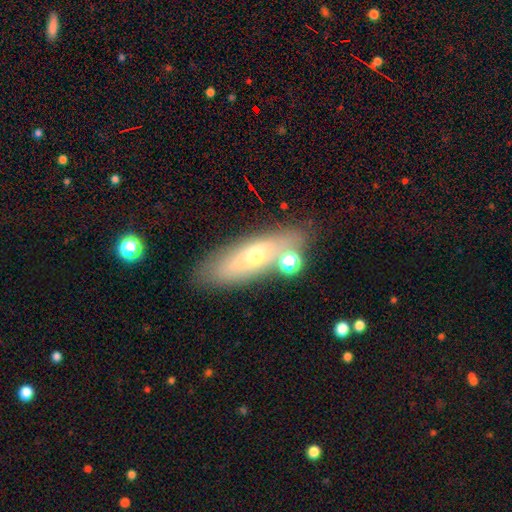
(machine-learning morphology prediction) Smooth or featured? featured or disk (51%)
Edge-on disk? no (62%)
Merging? none (69%)